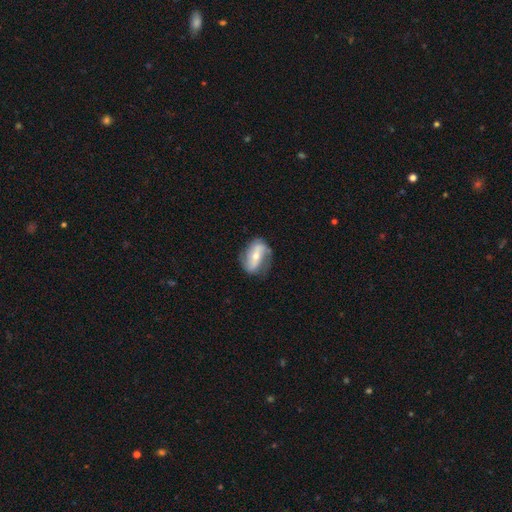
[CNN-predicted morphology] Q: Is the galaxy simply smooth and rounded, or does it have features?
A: featured or disk — 63%.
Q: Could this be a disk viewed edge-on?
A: no — 90%.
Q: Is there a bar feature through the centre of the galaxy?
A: strong — 47%.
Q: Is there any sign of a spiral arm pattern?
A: yes — 75%.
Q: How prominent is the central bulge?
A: moderate — 51%.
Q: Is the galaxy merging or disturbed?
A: none — 68%.